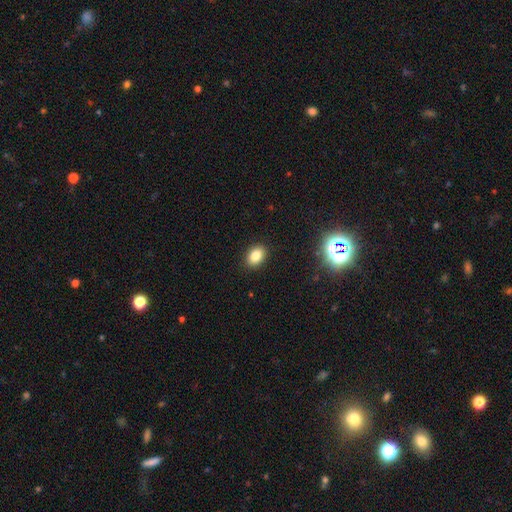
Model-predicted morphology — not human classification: The model was most divided on "how rounded": in between: 77%, round: 22%, cigar-shaped: 1%. More confident: merging — none (90%); smooth or featured — smooth (82%).